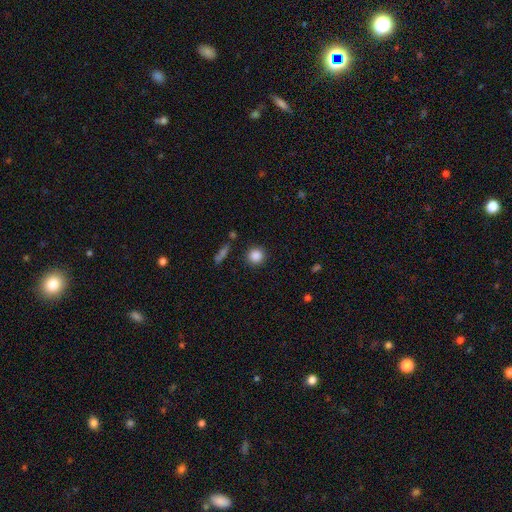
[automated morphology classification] A smooth galaxy with no disk features (86%) that is round (93%).

Vote fractions:
- Smooth or featured? smooth: 86% / star or artifact: 10% / featured or disk: 4%
- How rounded? round: 93% / in between: 6% / cigar-shaped: 1%
- Merging? none: 88% / minor disturbance: 7% / merger: 3% / major disturbance: 3%